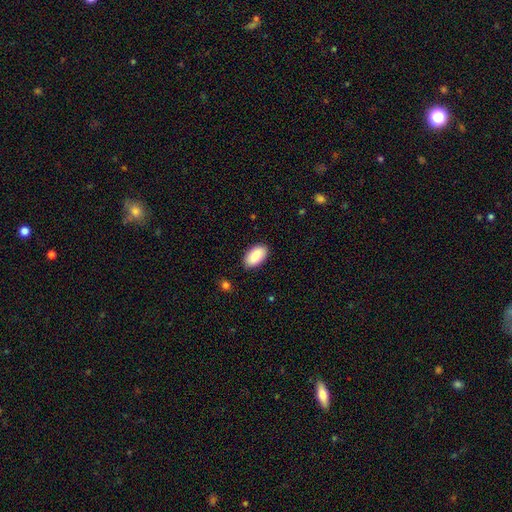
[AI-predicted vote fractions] Q: Smooth or featured?
A: smooth (86%); runner-up: featured or disk (8%)
Q: How rounded?
A: in between (95%); runner-up: round (3%)
Q: Merging?
A: none (88%); runner-up: minor disturbance (9%)